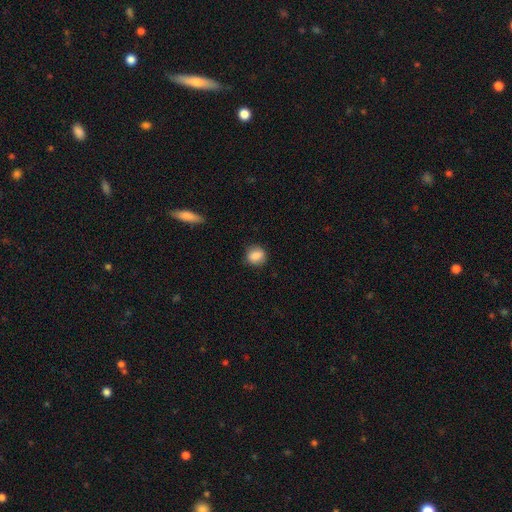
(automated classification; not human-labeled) A smooth galaxy with no disk features (86%) that is round (72%). Merging: none (83%).